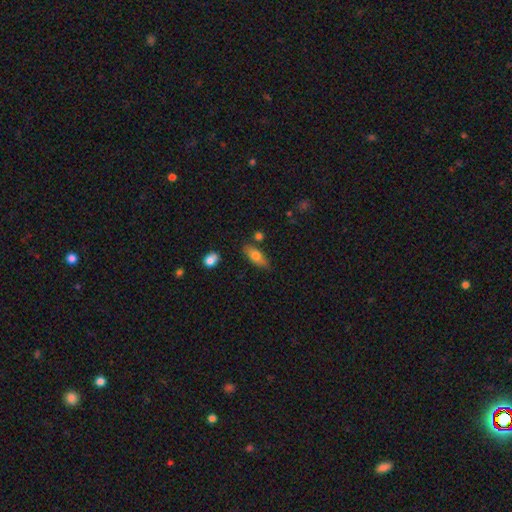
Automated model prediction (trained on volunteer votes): Smooth or featured? smooth (69%)
How rounded? in between (71%)
Merging? none (75%)